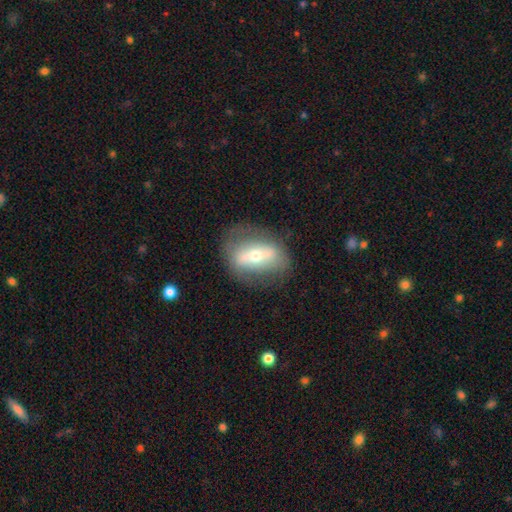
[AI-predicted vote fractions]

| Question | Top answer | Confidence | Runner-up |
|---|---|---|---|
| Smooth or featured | featured or disk | 60% | smooth (32%) |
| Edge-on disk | no | 77% | yes (23%) |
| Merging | none | 73% | minor disturbance (16%) |